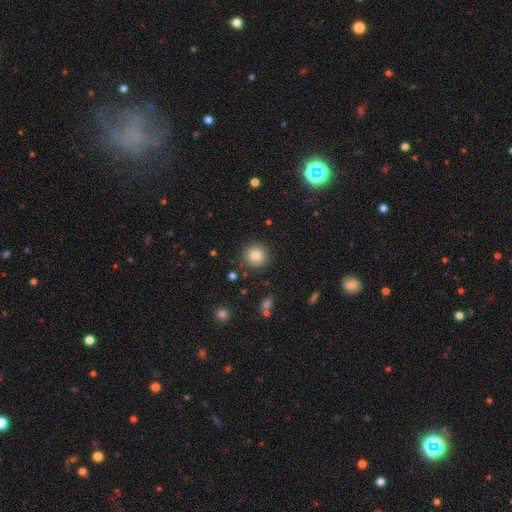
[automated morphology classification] This is clearly a smooth galaxy (82%). How rounded: clearly round (94%). Merging: clearly none (89%).